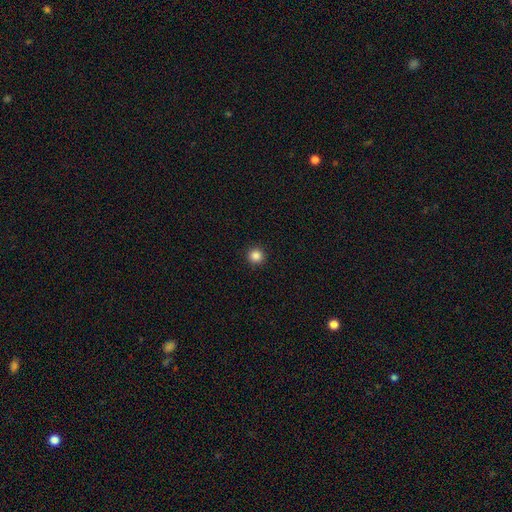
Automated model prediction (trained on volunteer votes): Smooth or featured? smooth (86%)
How rounded? round (96%)
Merging? none (93%)